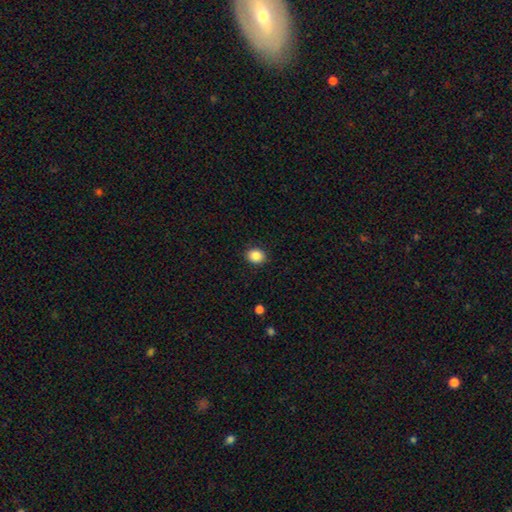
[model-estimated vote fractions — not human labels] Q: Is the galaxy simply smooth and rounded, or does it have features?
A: smooth — 87%.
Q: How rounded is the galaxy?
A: round — 66%.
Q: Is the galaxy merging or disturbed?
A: none — 90%.